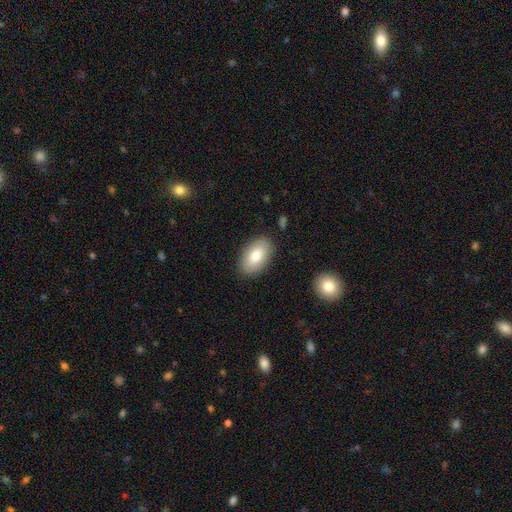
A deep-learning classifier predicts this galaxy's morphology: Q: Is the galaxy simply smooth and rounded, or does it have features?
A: smooth — 80%.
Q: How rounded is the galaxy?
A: in between — 93%.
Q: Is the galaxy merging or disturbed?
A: none — 86%.